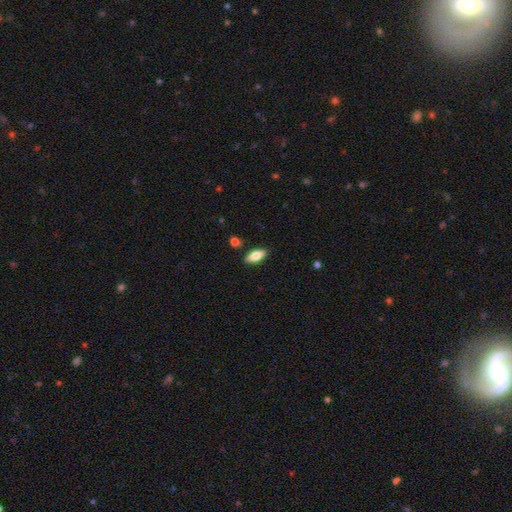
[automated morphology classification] type=smooth (68%); roundness=in between (77%); merging=none (87%).